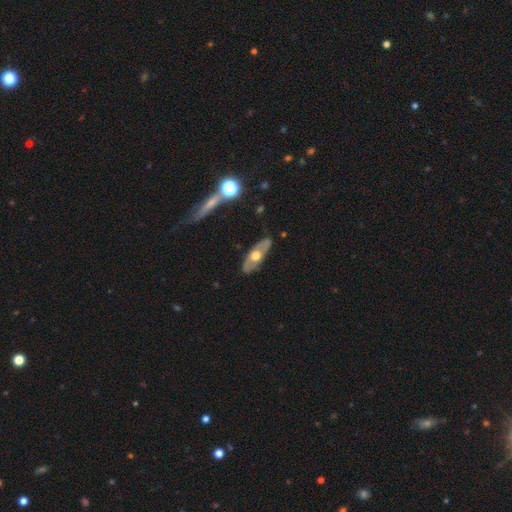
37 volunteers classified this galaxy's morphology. A featured or disk galaxy (68%) with no bar (92%), no spiral arms (69%) and a moderate central bulge (85%).

Vote fractions:
- Smooth or featured? featured or disk: 68% / smooth: 24% / star or artifact: 8%
- Edge-on disk? no: 52% / yes: 48%
- Bar? no: 92% / weak: 8% / strong: 0%
- Spiral arms? no: 69% / yes: 31%
- Bulge size? moderate: 85% / dominant: 8% / large: 8% / small: 0% / none: 0%
- Merging? none: 74% / minor disturbance: 18% / merger: 6% / major disturbance: 3%